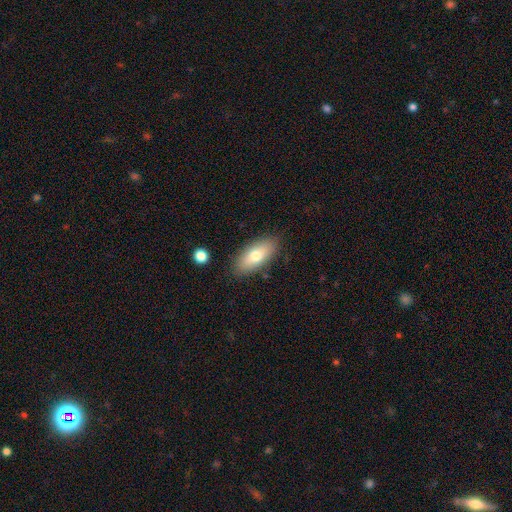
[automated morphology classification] Smooth or featured? smooth (73%)
How rounded? in between (85%)
Merging? none (84%)